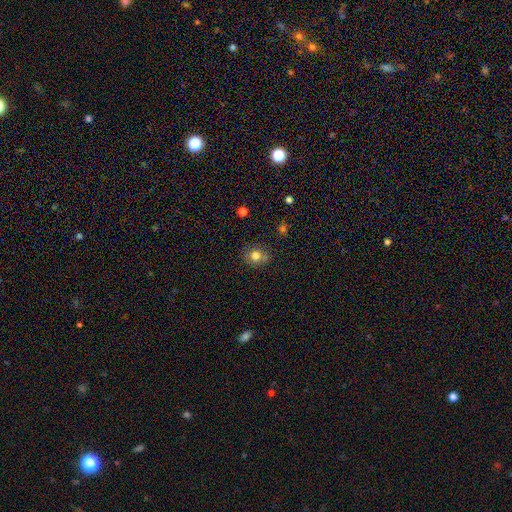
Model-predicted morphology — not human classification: The model was most divided on "how rounded": round: 74%, in between: 25%, cigar-shaped: 1%. More confident: smooth or featured — smooth (77%); merging — none (72%).